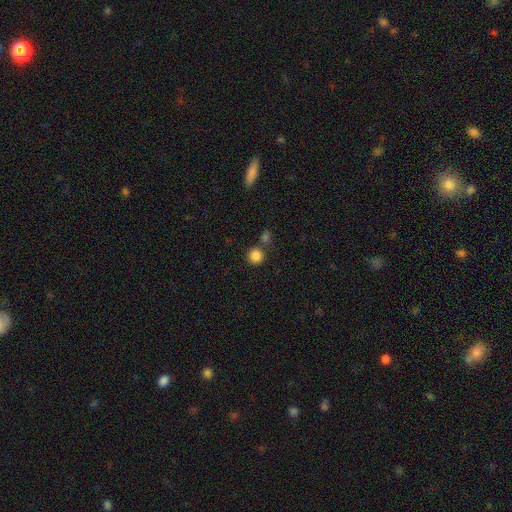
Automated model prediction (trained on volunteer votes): Smooth or featured?
  - smooth: 86% *
  - star or artifact: 10%
  - featured or disk: 4%
How rounded?
  - round: 93% *
  - in between: 6%
  - cigar-shaped: 1%
Merging?
  - none: 76% *
  - merger: 14%
  - minor disturbance: 8%
  - major disturbance: 3%